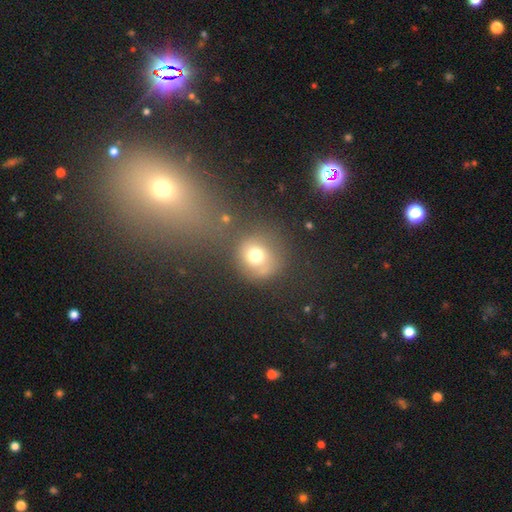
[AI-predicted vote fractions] Q: Smooth or featured?
A: smooth (71%); runner-up: star or artifact (16%)
Q: How rounded?
A: round (85%); runner-up: in between (14%)
Q: Merging?
A: none (64%); runner-up: minor disturbance (15%)